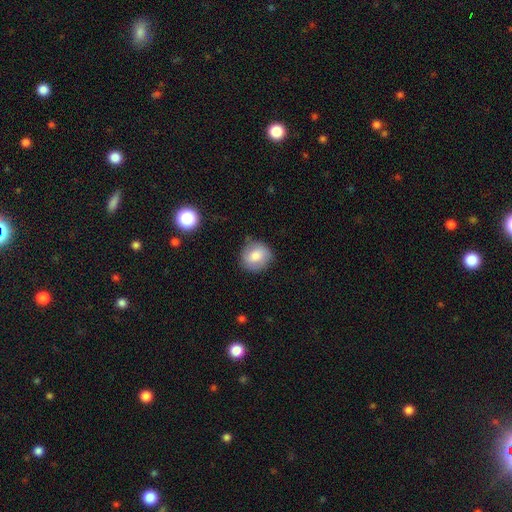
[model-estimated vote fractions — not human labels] Morphology: type=smooth (78%); roundness=round (83%); merging=none (79%).